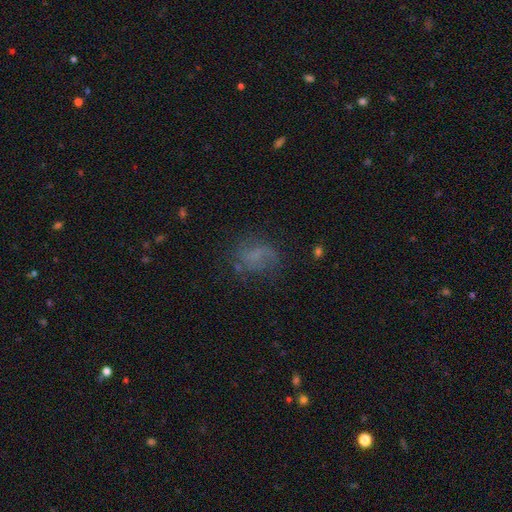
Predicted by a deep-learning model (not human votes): smooth 45%, featured or disk 36%, star or artifact 19%. Down the decision tree: merging — none (58%).